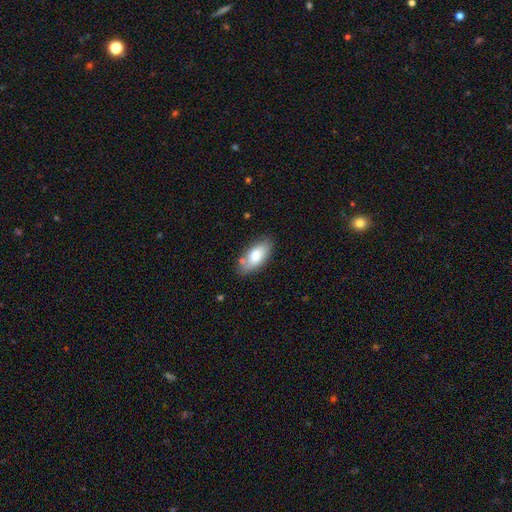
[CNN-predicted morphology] A smooth galaxy with no disk features (77%) that is in between round and cigar-shaped (90%). Merging: none (76%).